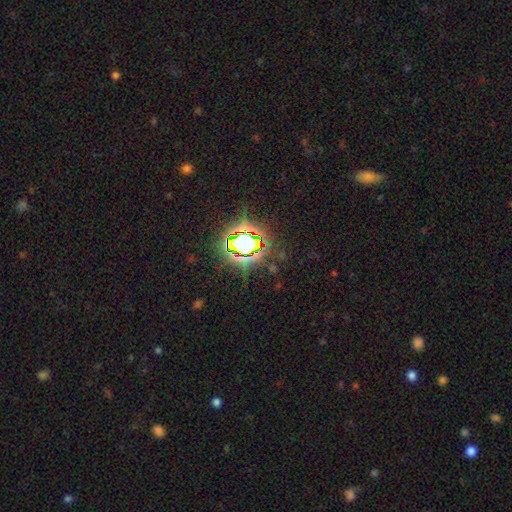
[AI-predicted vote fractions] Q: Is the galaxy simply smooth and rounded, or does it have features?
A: star or artifact — 81%.